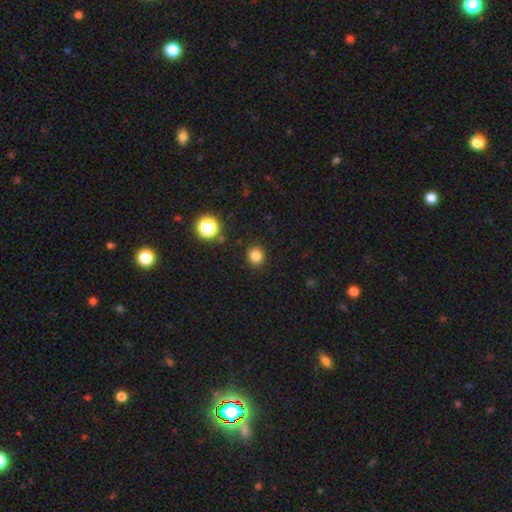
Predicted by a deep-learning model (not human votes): The model was most divided on "smooth or featured": smooth: 83%, star or artifact: 13%, featured or disk: 4%. More confident: merging — none (91%); how rounded — round (89%).